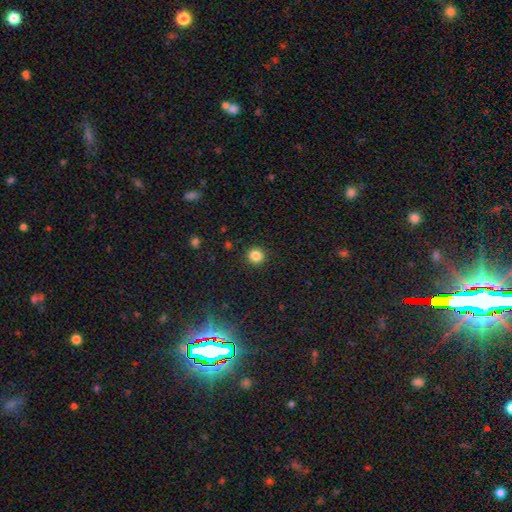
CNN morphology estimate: smooth 84%, star or artifact 12%, featured or disk 4%. Down the decision tree: how rounded — round (92%); merging — none (92%).